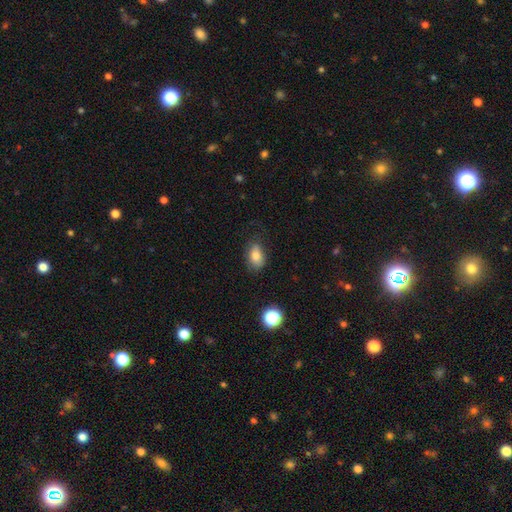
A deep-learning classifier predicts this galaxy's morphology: smooth-or-featured: smooth: 78% | featured or disk: 12% | star or artifact: 10%
  how-rounded: in between: 84% | round: 14% | cigar-shaped: 2%
  merging: none: 68% | minor disturbance: 23% | major disturbance: 7% | merger: 2%